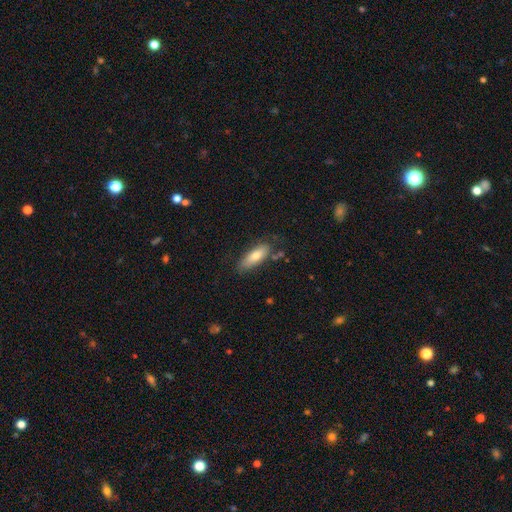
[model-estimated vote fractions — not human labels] This is likely a smooth galaxy (72%). How rounded: likely in between (69%). Merging: likely none (73%).